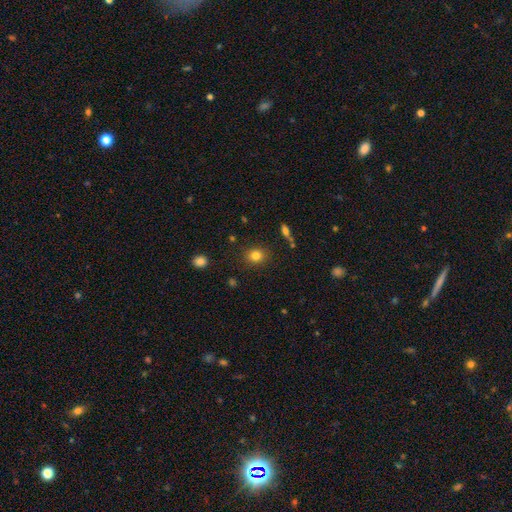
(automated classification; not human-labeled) Smooth or featured? smooth (81%)
How rounded? round (72%)
Merging? none (86%)